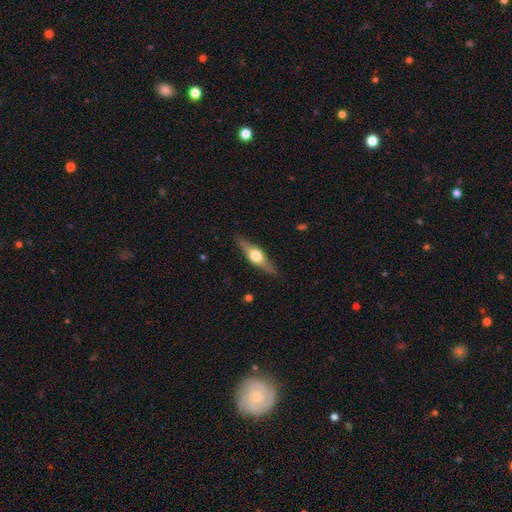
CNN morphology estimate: A featured or disk galaxy (61%) viewed edge-on (94%) with a rounded central bulge (95%). Merging: none (88%).